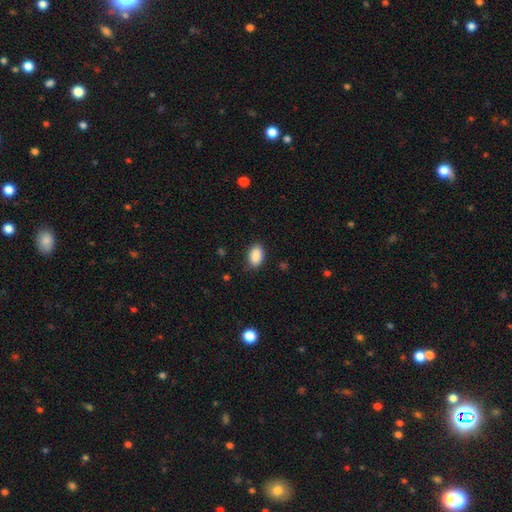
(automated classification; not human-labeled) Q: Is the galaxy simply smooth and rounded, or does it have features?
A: smooth — 90%.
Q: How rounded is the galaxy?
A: in between — 91%.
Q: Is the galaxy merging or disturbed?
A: none — 83%.